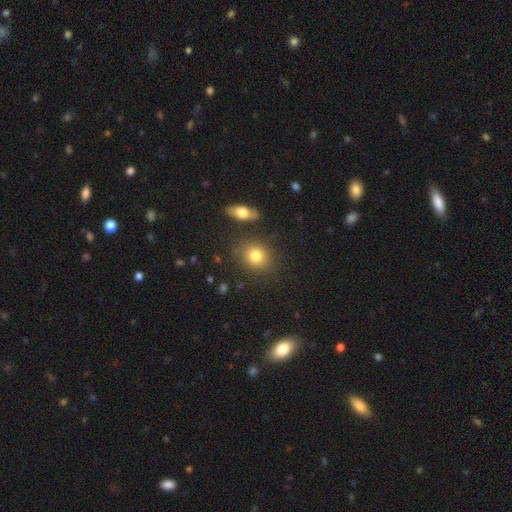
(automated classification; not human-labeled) The model was most divided on "how rounded": round: 67%, in between: 31%, cigar-shaped: 2%. More confident: merging — none (81%); smooth or featured — smooth (80%).